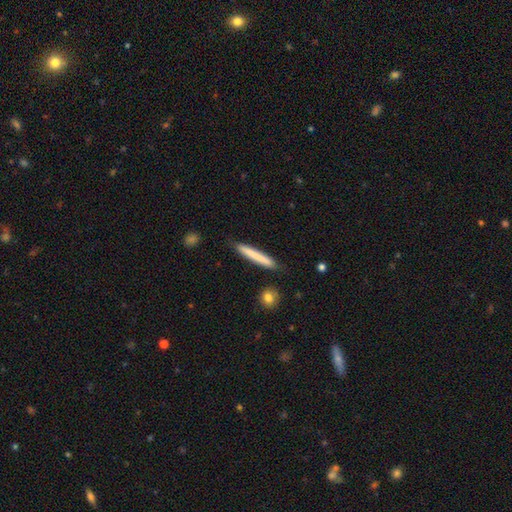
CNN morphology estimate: Smooth or featured? Predicted: smooth (p=0.75). How rounded? Predicted: cigar-shaped (p=0.96). Merging? Predicted: none (p=0.88).